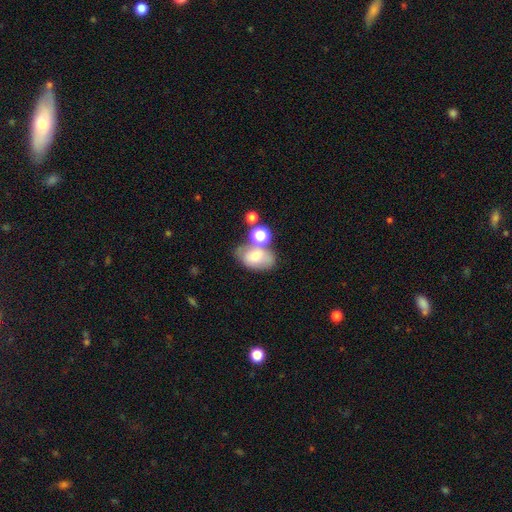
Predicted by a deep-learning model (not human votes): smooth 59%, featured or disk 26%, star or artifact 14%. Down the decision tree: how rounded — in between (78%); merging — none (44%).